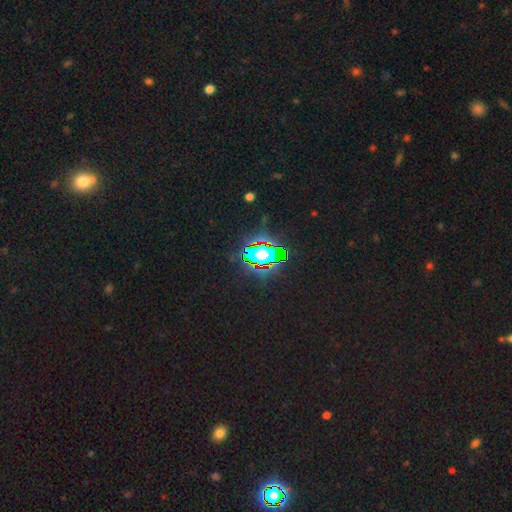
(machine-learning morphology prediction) Q: Smooth or featured?
A: star or artifact (82%); runner-up: smooth (11%)